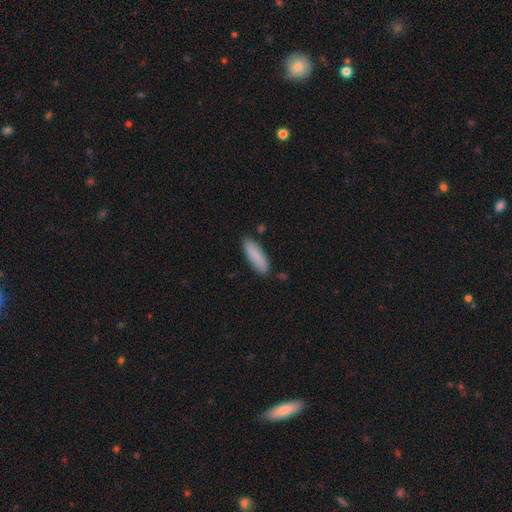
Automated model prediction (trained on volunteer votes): Overall: smooth (87%). How rounded: in between (49%, tied with cigar-shaped). Merging: none (82%).